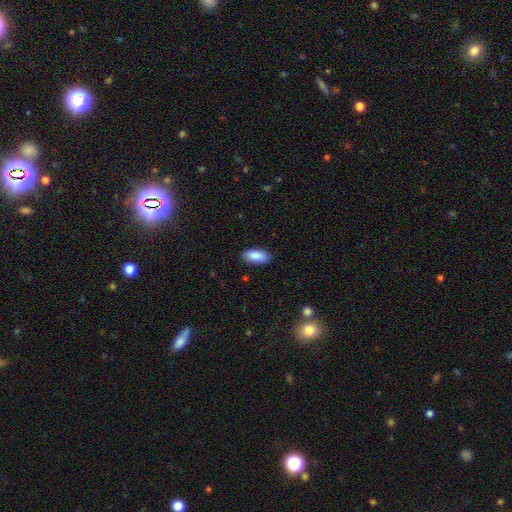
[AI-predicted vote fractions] Q: Smooth or featured?
A: smooth (89%); runner-up: star or artifact (6%)
Q: How rounded?
A: in between (91%); runner-up: cigar-shaped (7%)
Q: Merging?
A: none (88%); runner-up: minor disturbance (9%)